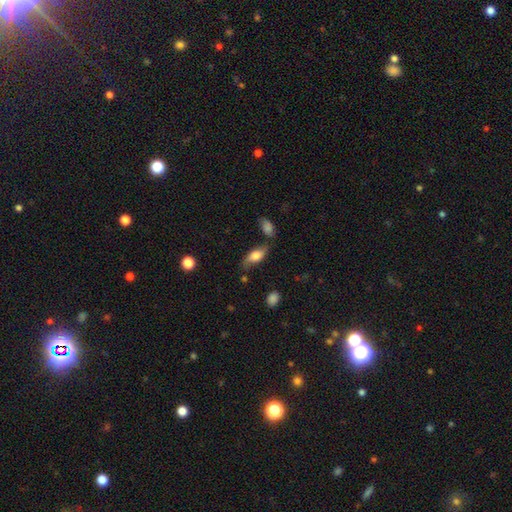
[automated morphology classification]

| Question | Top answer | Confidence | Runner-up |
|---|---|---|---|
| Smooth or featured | smooth | 61% | featured or disk (32%) |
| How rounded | in between | 81% | cigar-shaped (16%) |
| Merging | none | 64% | minor disturbance (23%) |